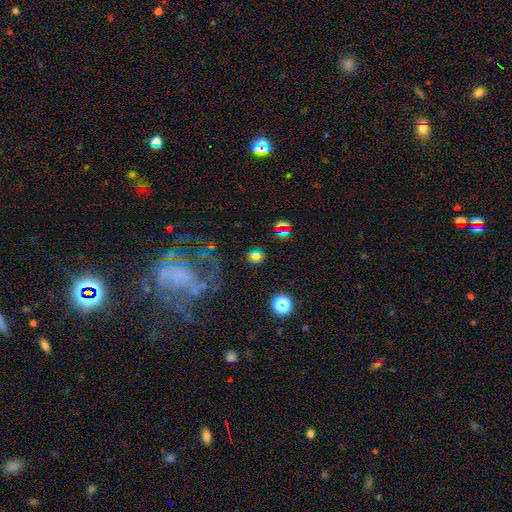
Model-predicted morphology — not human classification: Smooth or featured?
  - star or artifact: 48% *
  - smooth: 34%
  - featured or disk: 18%